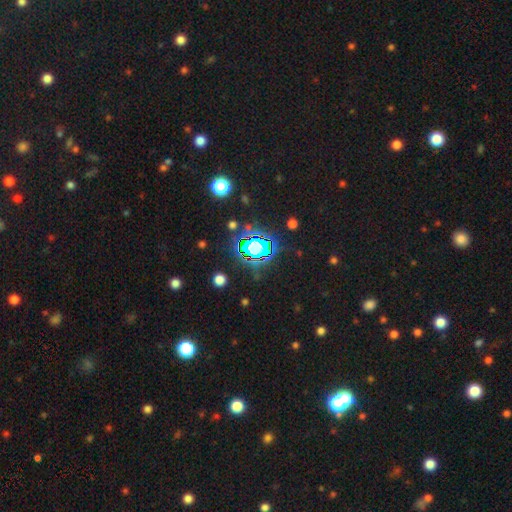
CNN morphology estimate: smooth-or-featured: star or artifact: 75% | smooth: 16% | featured or disk: 9%